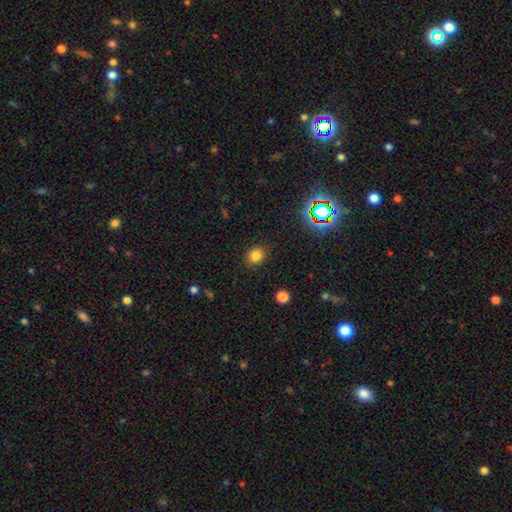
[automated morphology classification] type=smooth (81%); roundness=round (71%); merging=none (89%).